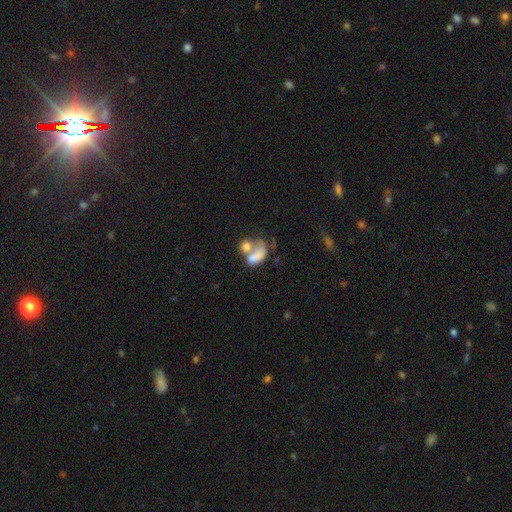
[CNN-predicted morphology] smooth_or_featured: smooth (p=0.69) [alt: featured or disk p=0.21]
how_rounded: in between (p=0.83) [alt: round p=0.15]
merging: merger (p=0.61) [alt: major disturbance p=0.15]